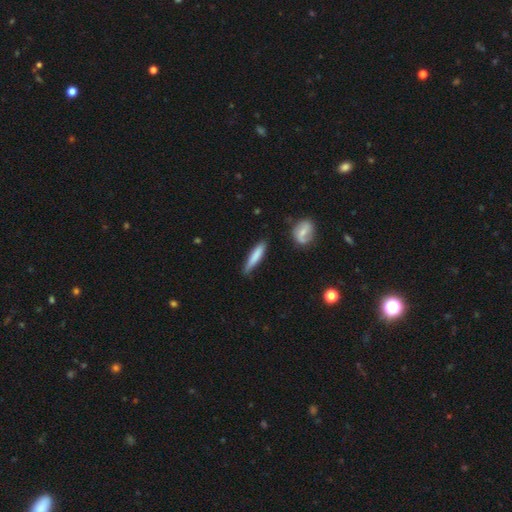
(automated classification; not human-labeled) A smooth galaxy with no disk features (74%) that is cigar-shaped (91%).

Vote fractions:
- Smooth or featured? smooth: 74% / featured or disk: 20% / star or artifact: 6%
- How rounded? cigar-shaped: 91% / in between: 8% / round: 1%
- Merging? none: 78% / minor disturbance: 17% / major disturbance: 3% / merger: 2%